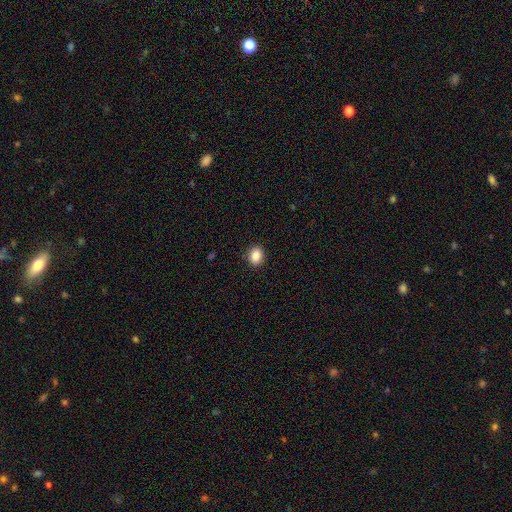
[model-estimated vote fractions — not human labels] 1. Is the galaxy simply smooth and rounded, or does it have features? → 88% smooth, 9% star or artifact, 4% featured or disk.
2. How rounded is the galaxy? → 51% in between, 48% round, 1% cigar-shaped.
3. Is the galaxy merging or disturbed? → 90% none, 7% minor disturbance, 2% major disturbance, 1% merger.